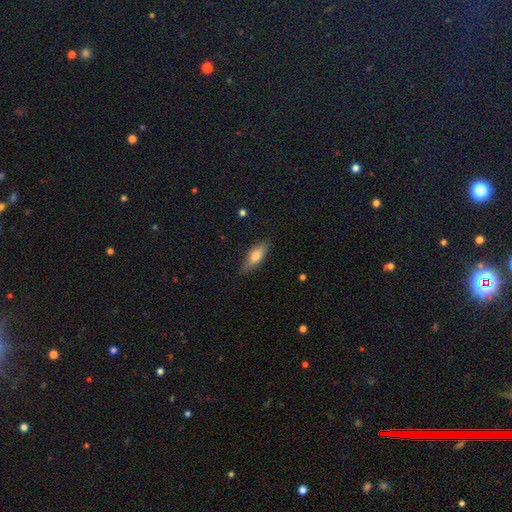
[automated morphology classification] Smooth or featured? Predicted: smooth (p=0.70). How rounded? Predicted: in between (p=0.65). Merging? Predicted: none (p=0.79).